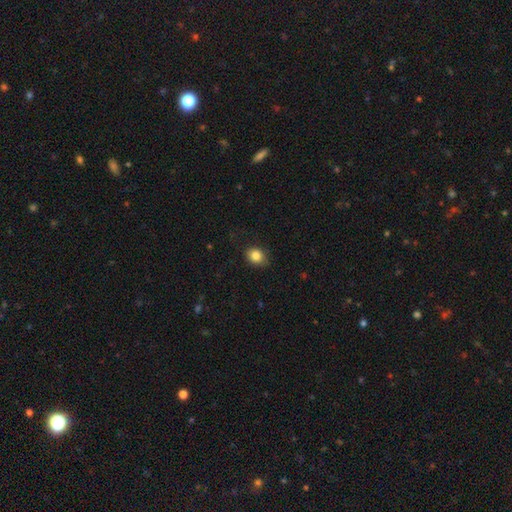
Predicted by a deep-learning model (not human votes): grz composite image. It shows a smooth galaxy with no disk features (84%) that is round (56%). Merging: none (79%).